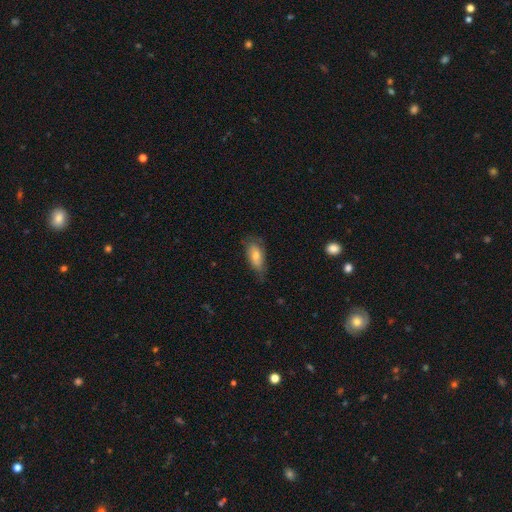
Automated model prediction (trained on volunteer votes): A smooth galaxy with no disk features (70%) that is in between round and cigar-shaped (83%). Merging: none (62%).